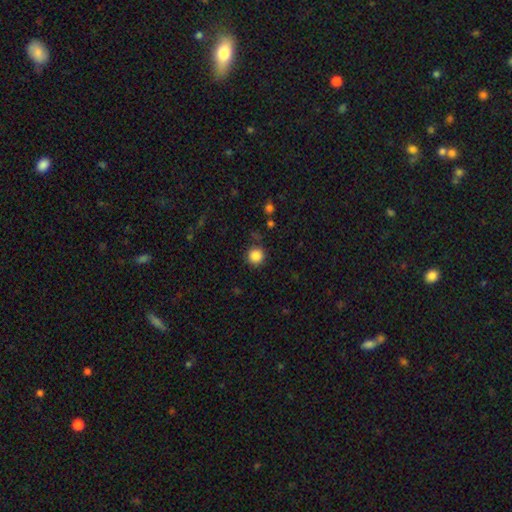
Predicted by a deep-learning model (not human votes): Smooth or featured?
  - smooth: 86% *
  - star or artifact: 10%
  - featured or disk: 4%
How rounded?
  - round: 95% *
  - in between: 5%
  - cigar-shaped: 1%
Merging?
  - none: 85% *
  - minor disturbance: 10%
  - major disturbance: 3%
  - merger: 2%